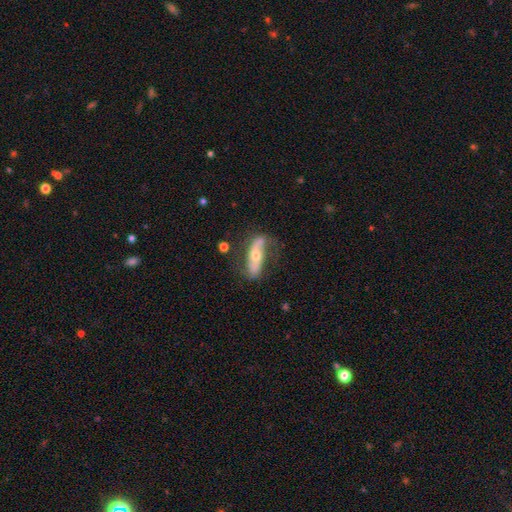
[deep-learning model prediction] Smooth or featured: featured or disk — 65% (smooth — 28%)
Edge-on disk: no — 73% (yes — 27%)
Merging: none — 60% (minor disturbance — 24%)